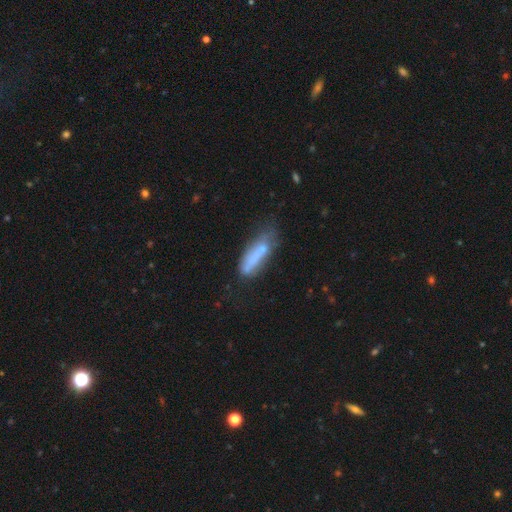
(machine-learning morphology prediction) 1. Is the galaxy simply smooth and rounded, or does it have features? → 62% smooth, 28% featured or disk, 10% star or artifact.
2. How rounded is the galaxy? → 58% cigar-shaped, 40% in between, 2% round.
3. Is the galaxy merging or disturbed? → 39% none, 29% minor disturbance, 20% major disturbance, 12% merger.